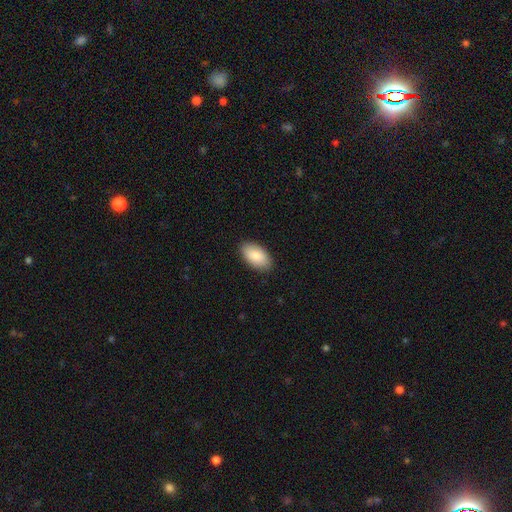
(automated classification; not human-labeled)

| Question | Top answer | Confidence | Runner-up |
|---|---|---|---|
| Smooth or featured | smooth | 85% | featured or disk (9%) |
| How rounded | in between | 95% | round (3%) |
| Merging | none | 89% | minor disturbance (9%) |